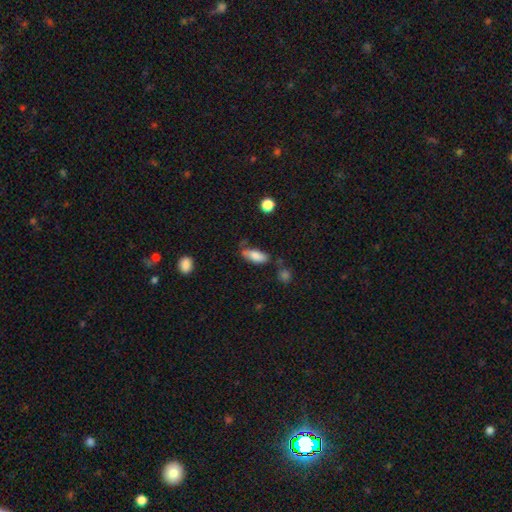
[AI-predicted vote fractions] Q: Smooth or featured?
A: smooth (80%); runner-up: featured or disk (13%)
Q: How rounded?
A: in between (81%); runner-up: cigar-shaped (16%)
Q: Merging?
A: none (54%); runner-up: minor disturbance (29%)